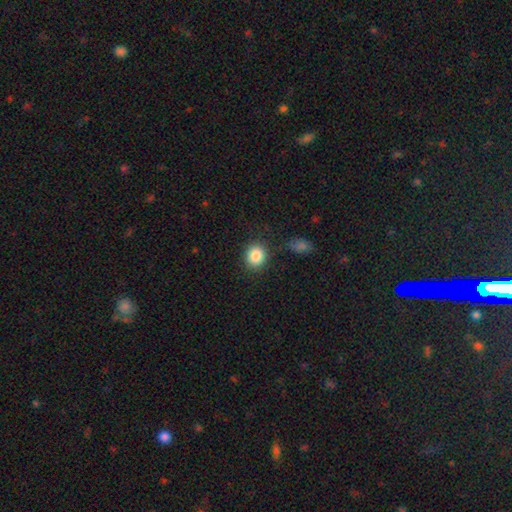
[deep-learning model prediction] Smooth or featured?
  - smooth: 88% *
  - star or artifact: 8%
  - featured or disk: 4%
How rounded?
  - round: 76% *
  - in between: 23%
  - cigar-shaped: 1%
Merging?
  - none: 83% *
  - minor disturbance: 10%
  - merger: 4%
  - major disturbance: 4%